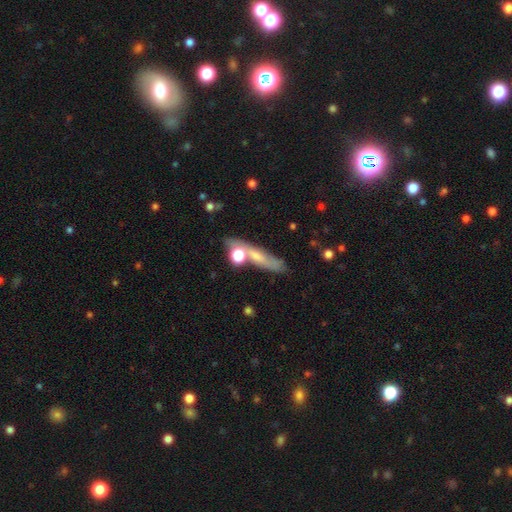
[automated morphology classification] type=smooth (53%); roundness=cigar-shaped (64%); merging=none (57%).